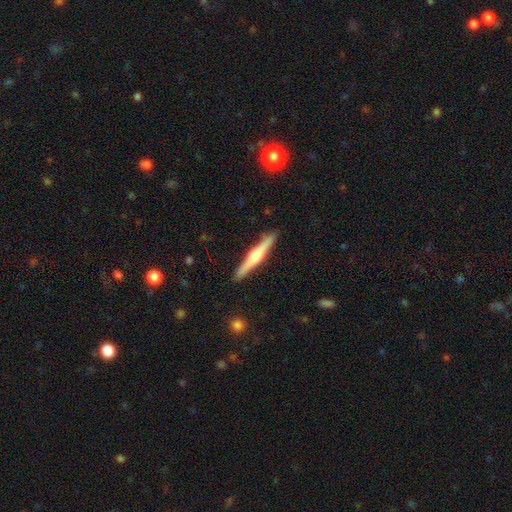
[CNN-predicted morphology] This appears to be a featured or disk galaxy (61%) viewed edge-on (98%) with a rounded central bulge (79%). Merging: none (91%).